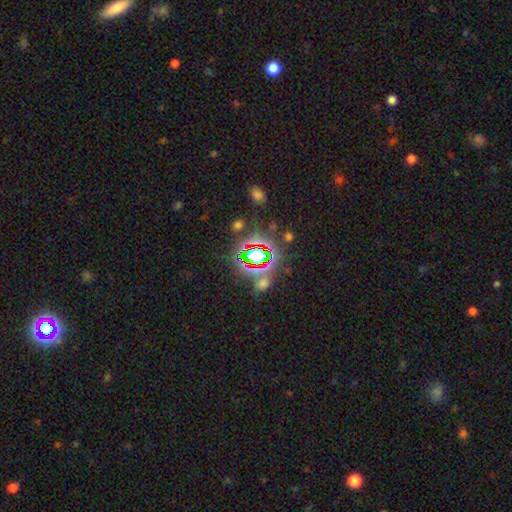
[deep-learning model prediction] A star or artifact, not a galaxy (70%).

Vote fractions:
- Smooth or featured? star or artifact: 70% / smooth: 19% / featured or disk: 11%